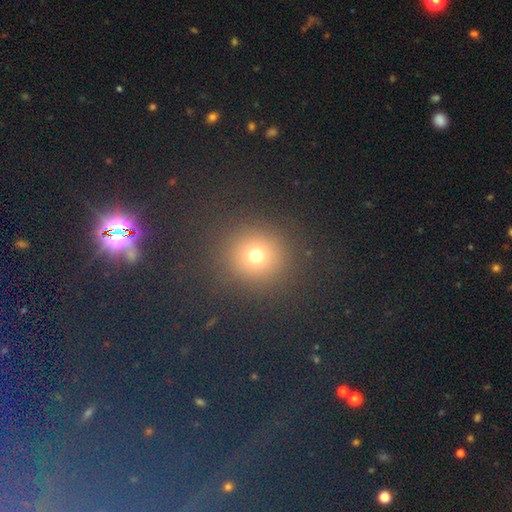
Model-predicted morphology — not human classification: Smooth or featured? Predicted: smooth (p=0.70). How rounded? Predicted: round (p=0.90). Merging? Predicted: none (p=0.85).